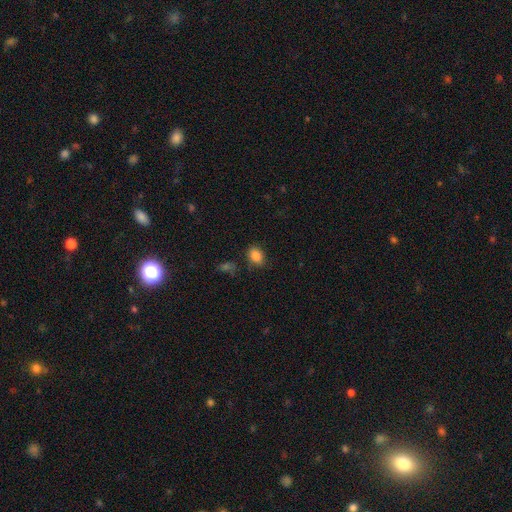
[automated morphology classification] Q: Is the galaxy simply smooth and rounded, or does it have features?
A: smooth — 85%.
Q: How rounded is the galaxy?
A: in between — 73%.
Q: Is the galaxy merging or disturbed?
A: none — 79%.